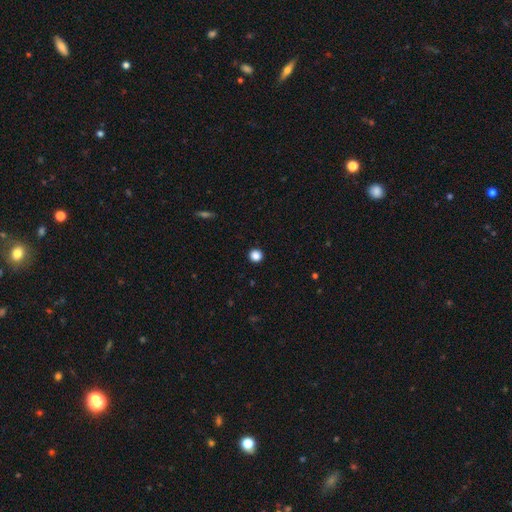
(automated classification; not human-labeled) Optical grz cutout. It shows a smooth galaxy with no disk features (86%) that is round (94%). Merging: none (93%).